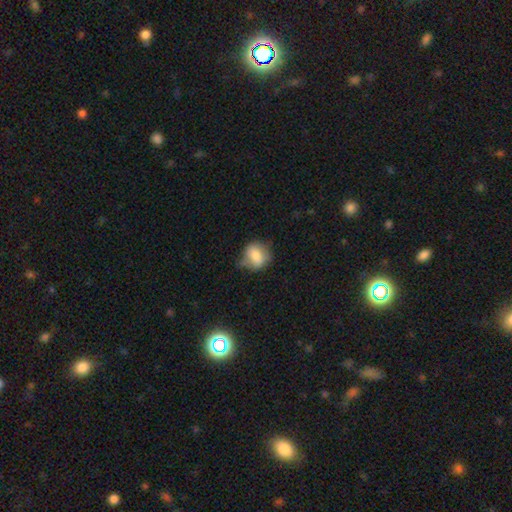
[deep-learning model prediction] Q: Smooth or featured?
A: smooth (74%); runner-up: featured or disk (18%)
Q: How rounded?
A: round (68%); runner-up: in between (31%)
Q: Merging?
A: none (50%); runner-up: minor disturbance (35%)